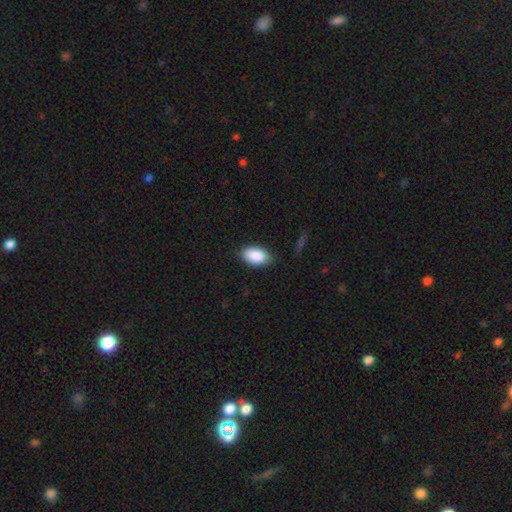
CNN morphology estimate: Smooth or featured?
  - smooth: 89% *
  - star or artifact: 6%
  - featured or disk: 4%
How rounded?
  - in between: 93% *
  - round: 6%
  - cigar-shaped: 2%
Merging?
  - none: 84% *
  - minor disturbance: 12%
  - major disturbance: 3%
  - merger: 1%